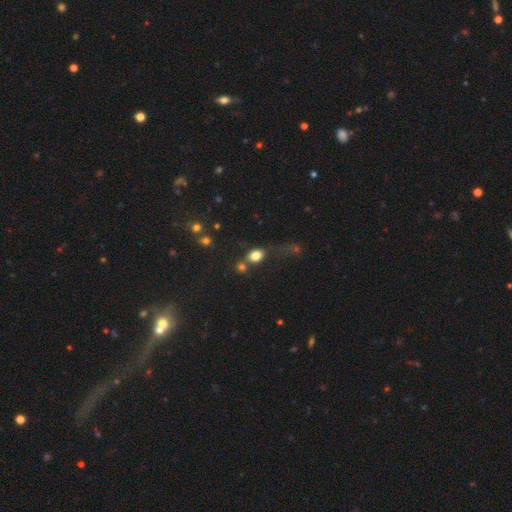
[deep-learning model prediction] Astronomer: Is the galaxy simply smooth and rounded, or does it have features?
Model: smooth — 80%.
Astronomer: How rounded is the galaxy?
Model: in between — 62% (runner-up: round, 37%).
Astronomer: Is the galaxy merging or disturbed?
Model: none — 48% (runner-up: merger, 26%).